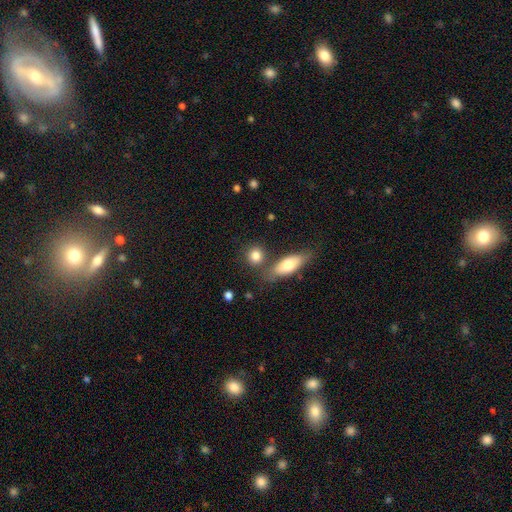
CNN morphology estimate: Smooth or featured? smooth (82%)
How rounded? round (69%)
Merging? none (66%)